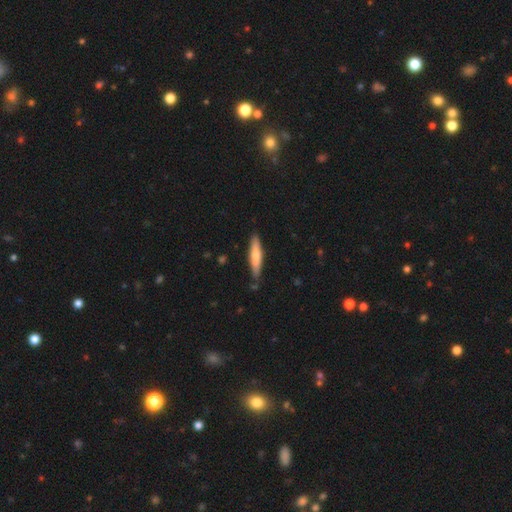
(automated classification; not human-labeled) The model was most divided on "smooth or featured": smooth: 65%, featured or disk: 30%, star or artifact: 5%. More confident: how rounded — cigar-shaped (86%); merging — none (84%).